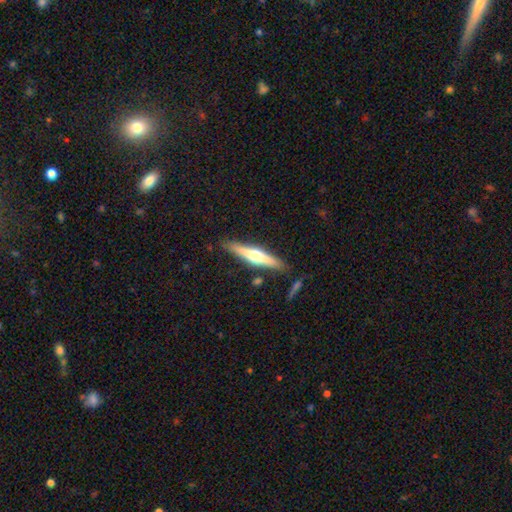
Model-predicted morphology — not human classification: Smooth or featured? Predicted: featured or disk (p=0.60). Edge-on disk? Predicted: yes (p=0.96). Edge-on bulge? Predicted: rounded (p=0.92). Merging? Predicted: none (p=0.85).